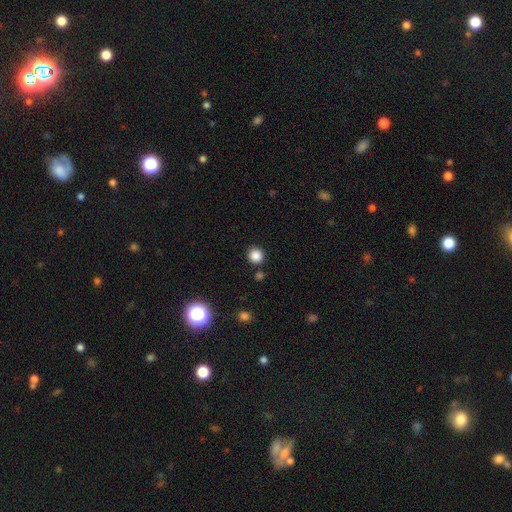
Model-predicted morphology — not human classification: This is clearly a smooth galaxy (85%). How rounded: clearly round (92%). Merging: clearly none (88%).